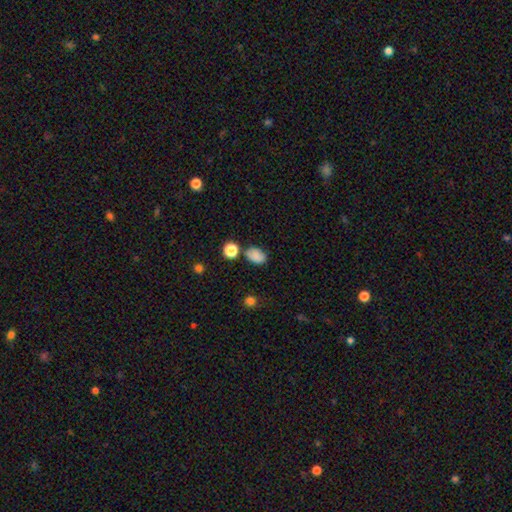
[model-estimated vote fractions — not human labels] smooth_or_featured: smooth (p=0.82) [alt: star or artifact p=0.12]
how_rounded: in between (p=0.81) [alt: round p=0.17]
merging: none (p=0.69) [alt: minor disturbance p=0.18]